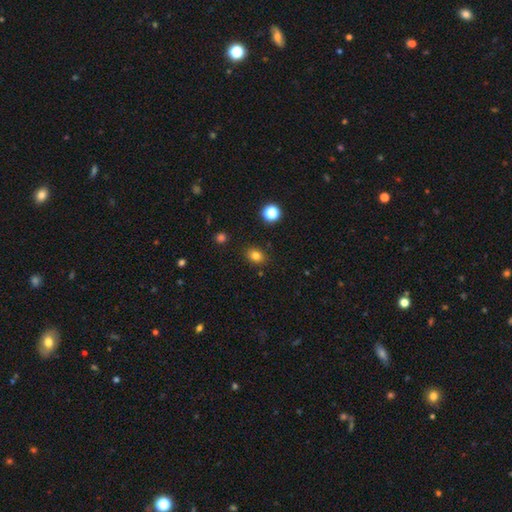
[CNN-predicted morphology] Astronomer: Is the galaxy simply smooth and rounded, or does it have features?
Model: smooth — 80%.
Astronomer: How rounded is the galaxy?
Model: in between — 51% (runner-up: round, 48%).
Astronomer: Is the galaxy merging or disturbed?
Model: none — 85%.